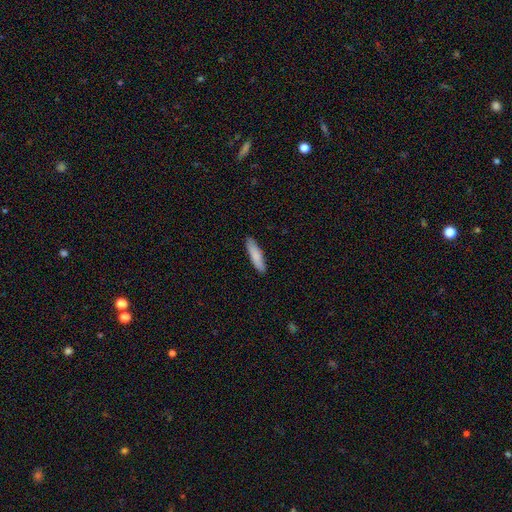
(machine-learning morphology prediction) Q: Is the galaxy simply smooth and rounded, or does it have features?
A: smooth — 84%.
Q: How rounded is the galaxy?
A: cigar-shaped — 76%.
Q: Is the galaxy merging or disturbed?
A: none — 89%.